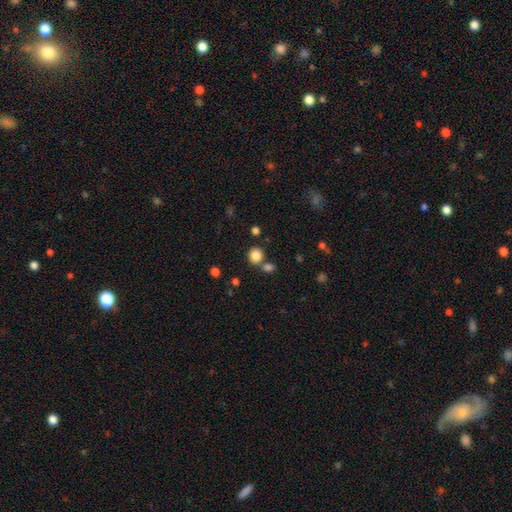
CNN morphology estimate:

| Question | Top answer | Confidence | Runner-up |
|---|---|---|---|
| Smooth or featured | smooth | 84% | star or artifact (11%) |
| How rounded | round | 80% | in between (19%) |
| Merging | none | 69% | merger (19%) |